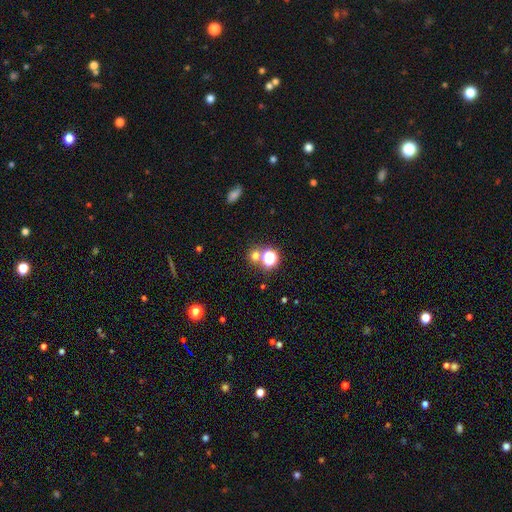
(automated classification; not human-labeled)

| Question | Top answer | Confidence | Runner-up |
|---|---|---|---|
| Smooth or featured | smooth | 61% | star or artifact (31%) |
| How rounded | round | 83% | in between (16%) |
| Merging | none | 65% | merger (24%) |